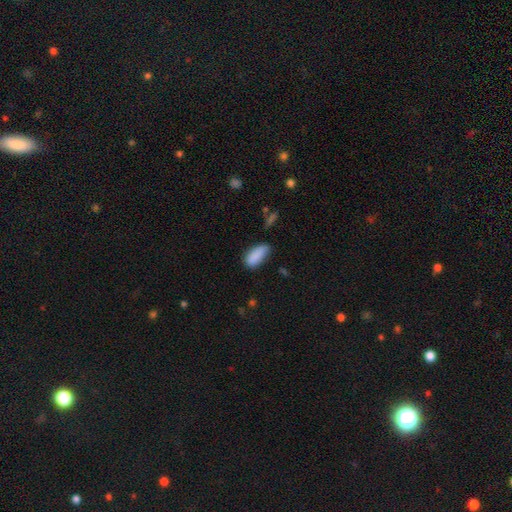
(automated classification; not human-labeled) smooth-or-featured: smooth: 87% | star or artifact: 7% | featured or disk: 5%
  how-rounded: in between: 84% | cigar-shaped: 14% | round: 2%
  merging: none: 60% | minor disturbance: 30% | major disturbance: 7% | merger: 3%